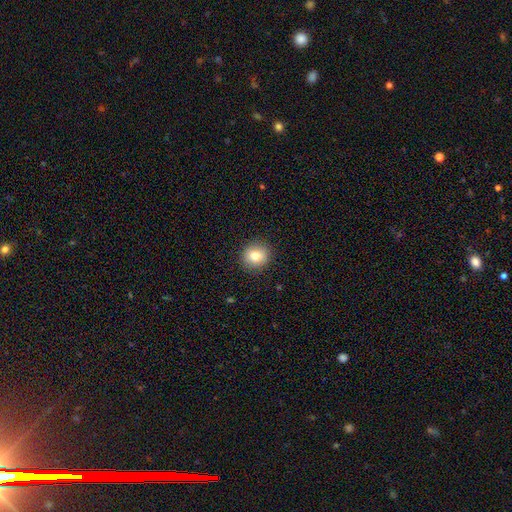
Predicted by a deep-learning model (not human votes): Q: Smooth or featured?
A: smooth (79%); runner-up: featured or disk (11%)
Q: How rounded?
A: round (88%); runner-up: in between (11%)
Q: Merging?
A: none (91%); runner-up: minor disturbance (6%)